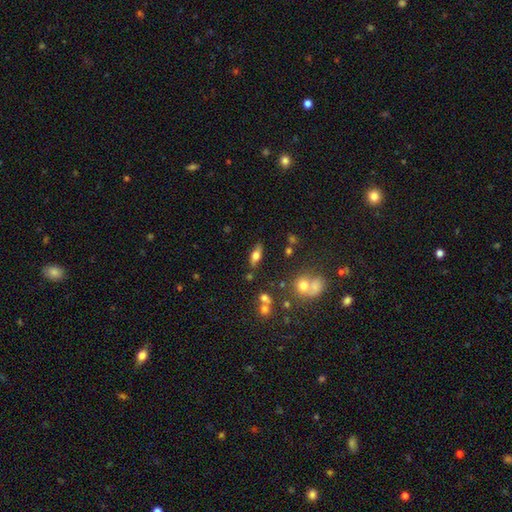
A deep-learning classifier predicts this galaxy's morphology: smooth_or_featured: smooth (p=0.54) [alt: featured or disk p=0.36]
how_rounded: in between (p=0.69) [alt: cigar-shaped p=0.24]
merging: none (p=0.79) [alt: minor disturbance p=0.12]